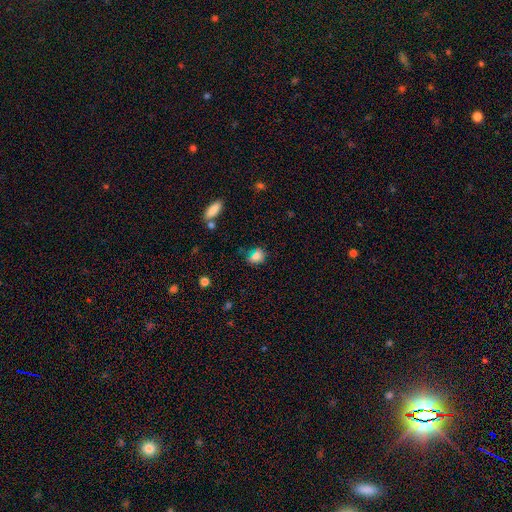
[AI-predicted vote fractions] The model was most divided on "how rounded": in between: 61%, round: 36%, cigar-shaped: 2%. More confident: smooth or featured — smooth (80%); merging — none (57%).